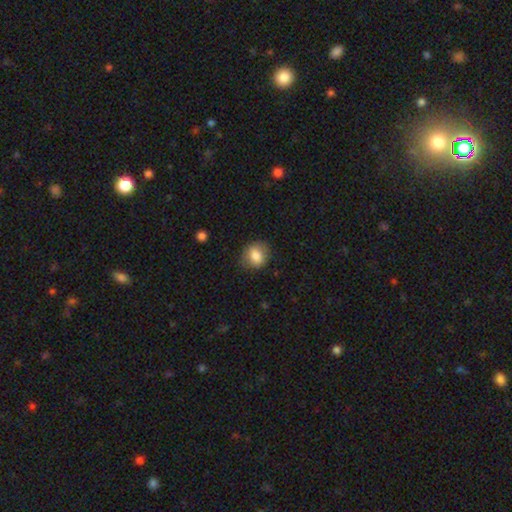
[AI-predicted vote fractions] Smooth or featured: smooth — 82% (featured or disk — 9%)
How rounded: round — 58% (in between — 41%)
Merging: none — 78% (minor disturbance — 17%)